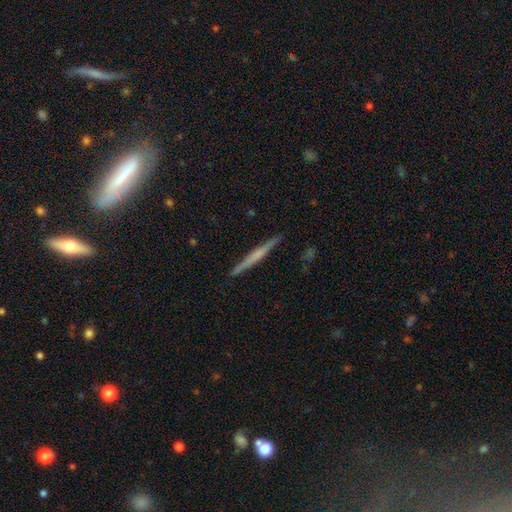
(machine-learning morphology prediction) Smooth or featured: featured or disk — 58% (smooth — 37%)
Edge-on disk: yes — 98% (no — 2%)
Edge-on bulge: none — 57% (rounded — 29%)
Merging: none — 91% (minor disturbance — 7%)